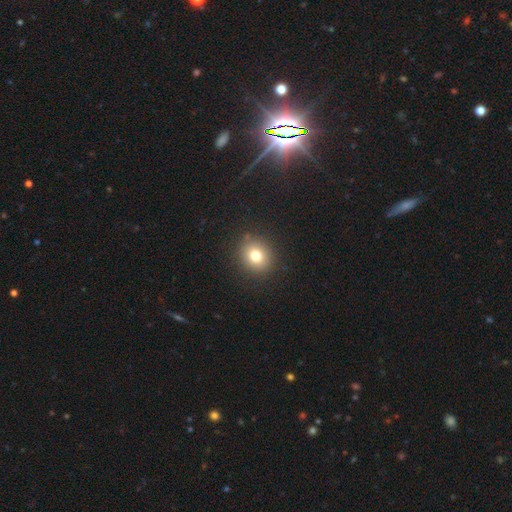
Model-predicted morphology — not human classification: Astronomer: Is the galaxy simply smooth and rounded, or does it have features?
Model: smooth — 77%.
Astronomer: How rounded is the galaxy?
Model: round — 82%.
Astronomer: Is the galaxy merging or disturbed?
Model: none — 90%.